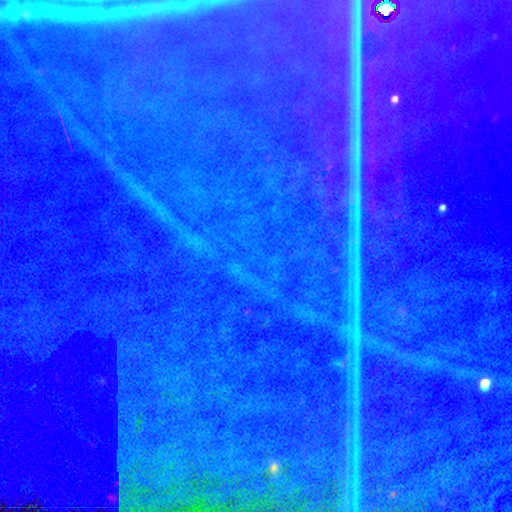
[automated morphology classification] smooth_or_featured: star or artifact (p=0.88) [alt: featured or disk p=0.07]